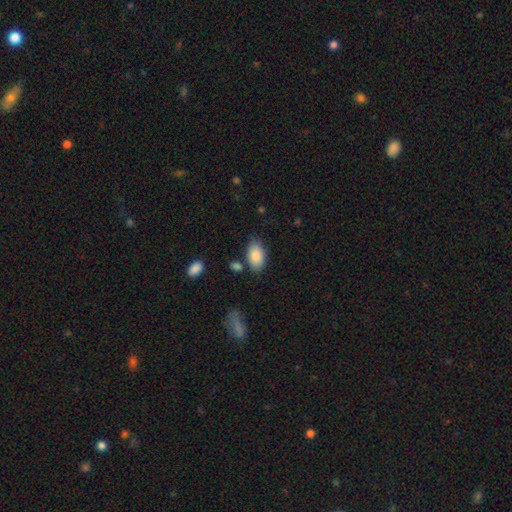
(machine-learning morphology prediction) Smooth or featured? Predicted: smooth (p=0.87). How rounded? Predicted: in between (p=0.94). Merging? Predicted: none (p=0.76).